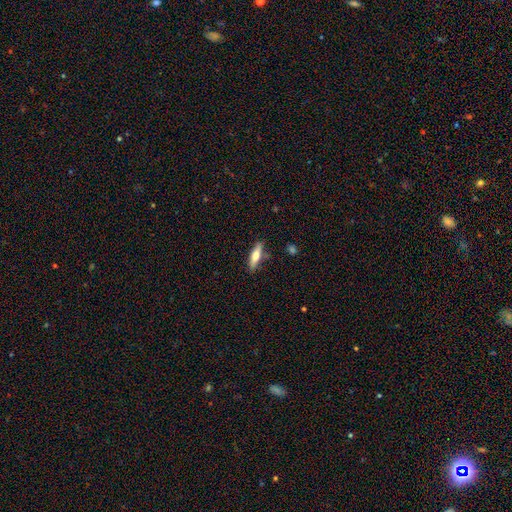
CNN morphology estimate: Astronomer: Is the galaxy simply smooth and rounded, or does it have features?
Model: smooth — 64%.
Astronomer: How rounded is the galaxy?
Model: cigar-shaped — 62%.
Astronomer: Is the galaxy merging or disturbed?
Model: none — 81%.